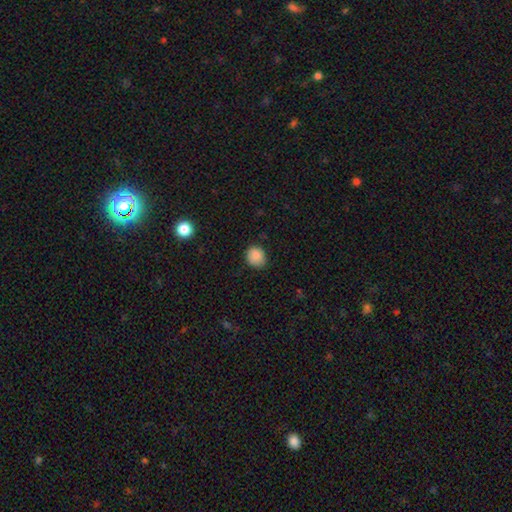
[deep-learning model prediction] smooth-or-featured: smooth: 87% | star or artifact: 9% | featured or disk: 4%
  how-rounded: round: 70% | in between: 29% | cigar-shaped: 1%
  merging: none: 79% | minor disturbance: 17% | major disturbance: 3% | merger: 1%